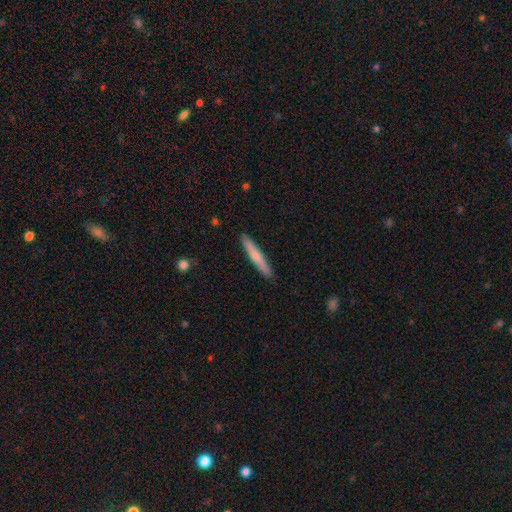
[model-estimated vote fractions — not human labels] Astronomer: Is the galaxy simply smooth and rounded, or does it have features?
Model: smooth — 62%.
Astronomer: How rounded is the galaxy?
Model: cigar-shaped — 95%.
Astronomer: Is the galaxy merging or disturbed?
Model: none — 91%.